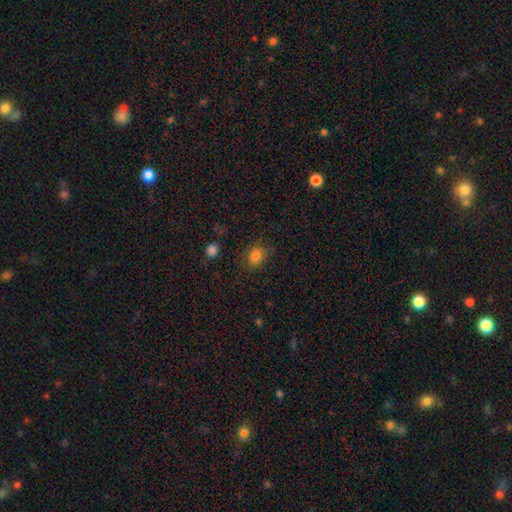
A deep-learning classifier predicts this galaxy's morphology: This appears to be a smooth galaxy with no disk features (82%) that is in between round and cigar-shaped (56%). Merging: none (79%).